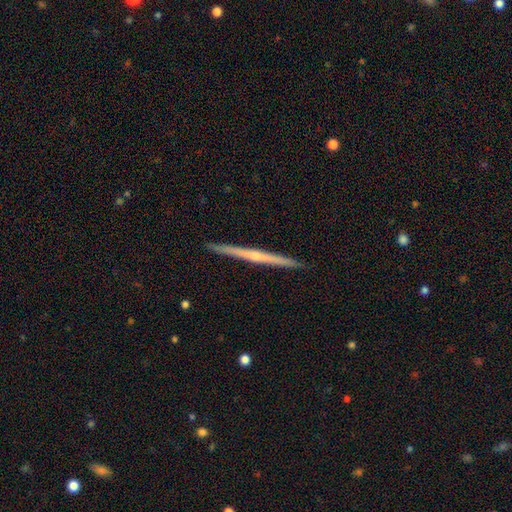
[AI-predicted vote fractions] smooth-or-featured: featured or disk: 70% | smooth: 25% | star or artifact: 5%
  disk-edge-on: yes: 98% | no: 2%
    edge-on-bulge: rounded: 48% | none: 47% | boxy: 5%
  merging: none: 93% | minor disturbance: 5% | major disturbance: 1% | merger: 1%